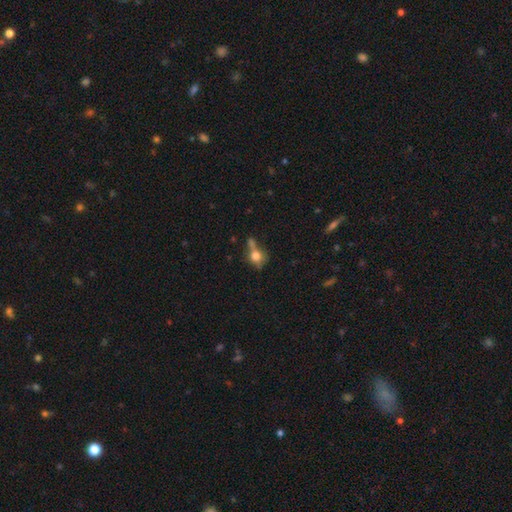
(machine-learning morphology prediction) This is likely a smooth galaxy (68%). How rounded: likely round (61%). Merging: marginally none (40%).